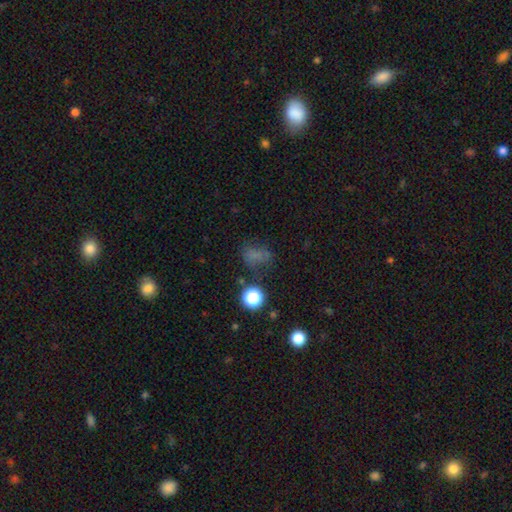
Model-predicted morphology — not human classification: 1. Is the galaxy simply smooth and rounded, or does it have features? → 63% smooth, 25% star or artifact, 12% featured or disk.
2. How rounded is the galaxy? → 61% in between, 36% round, 3% cigar-shaped.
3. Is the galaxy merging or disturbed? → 52% none, 23% minor disturbance, 18% major disturbance, 7% merger.